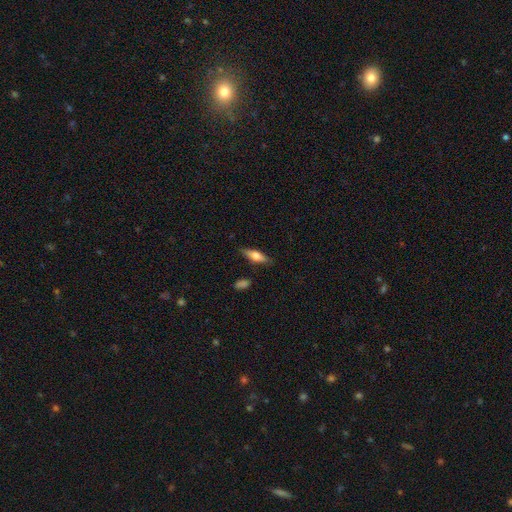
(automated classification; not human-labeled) A smooth galaxy with no disk features (58%) that is in between round and cigar-shaped (51%). Merging: none (80%).